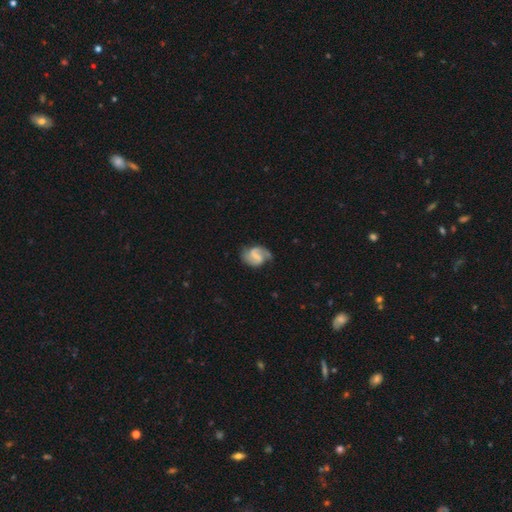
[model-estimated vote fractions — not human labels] Smooth or featured?
  - featured or disk: 81% *
  - smooth: 13%
  - star or artifact: 6%
Edge-on disk?
  - no: 98% *
  - yes: 2%
Bar?
  - weak: 51% *
  - strong: 28%
  - no: 21%
Spiral arms?
  - yes: 96% *
  - no: 4%
Spiral winding?
  - medium: 50% *
  - loose: 29%
  - tight: 21%
Spiral arm count?
  - 2: 86% *
  - 1: 7%
  - can't tell: 4%
  - 3: 1%
  - 4: 1%
  - more than 4: 1%
Bulge size?
  - none: 42% *
  - small: 37%
  - moderate: 17%
  - large: 3%
  - dominant: 1%
Merging?
  - none: 69% *
  - minor disturbance: 20%
  - major disturbance: 9%
  - merger: 2%